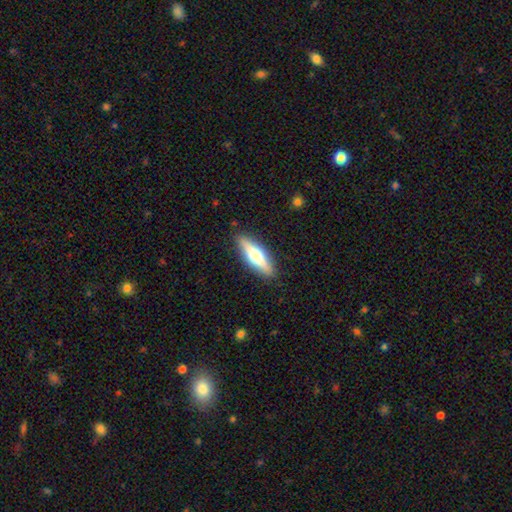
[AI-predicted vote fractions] Smooth or featured?
  - featured or disk: 53% *
  - smooth: 41%
  - star or artifact: 6%
Edge-on disk?
  - yes: 92% *
  - no: 8%
Merging?
  - none: 89% *
  - minor disturbance: 8%
  - major disturbance: 2%
  - merger: 1%